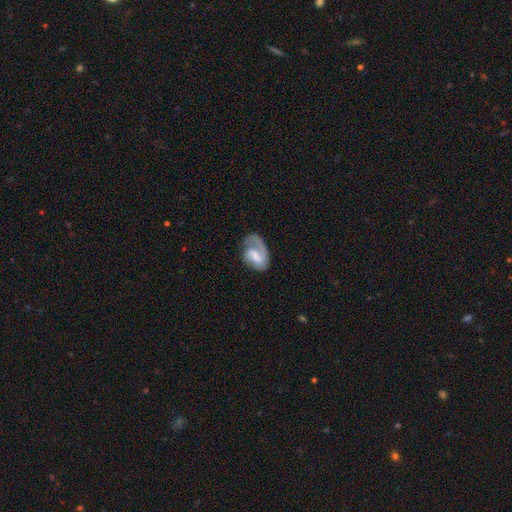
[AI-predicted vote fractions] A featured or disk galaxy (68%) with a weak bar (51%), 1 (58%) medium (41%) spiral arms (89%) and a small central bulge (36%). Merging: none (47%).